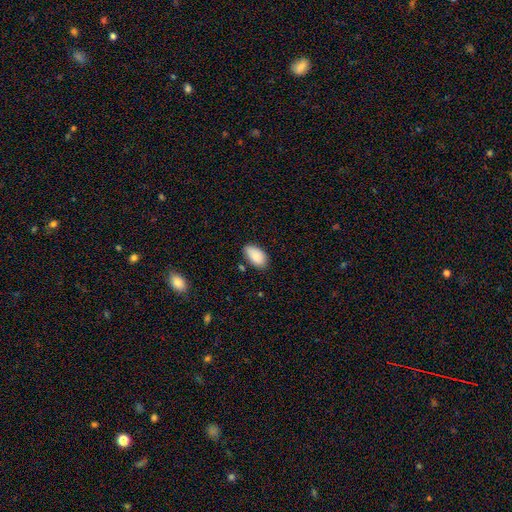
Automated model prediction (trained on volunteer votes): Overall: smooth (87%). How rounded: in between (95%). Merging: none (73%).